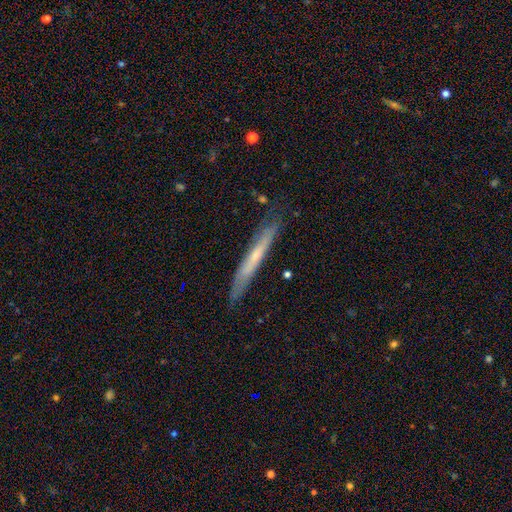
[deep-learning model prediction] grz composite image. It shows a featured or disk galaxy (48%). Merging: none (80%).